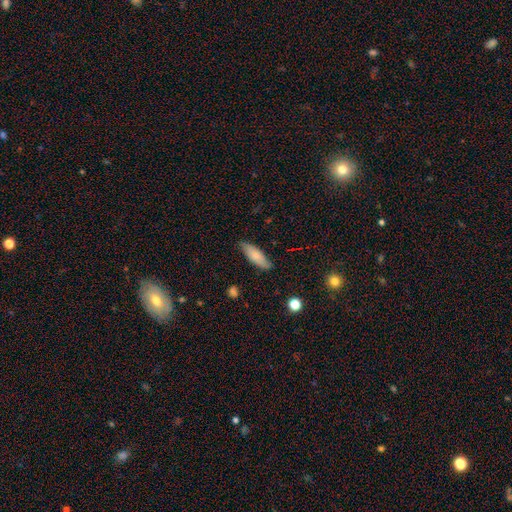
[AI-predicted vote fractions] The model was most divided on "how rounded": in between: 58%, cigar-shaped: 40%, round: 2%. More confident: merging — none (79%); smooth or featured — smooth (75%).